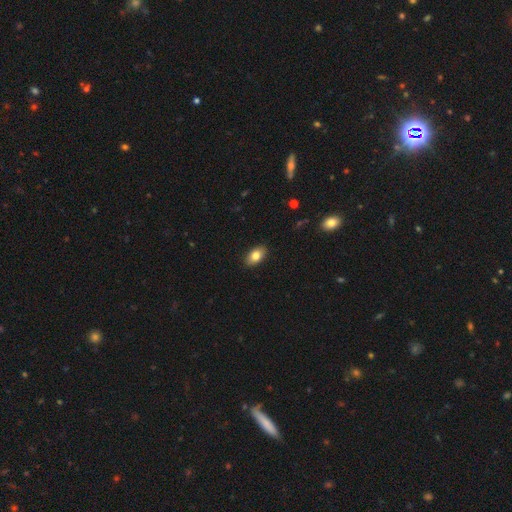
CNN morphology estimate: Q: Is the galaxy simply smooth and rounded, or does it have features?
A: smooth — 82%.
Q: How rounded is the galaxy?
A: in between — 91%.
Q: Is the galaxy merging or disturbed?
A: none — 89%.